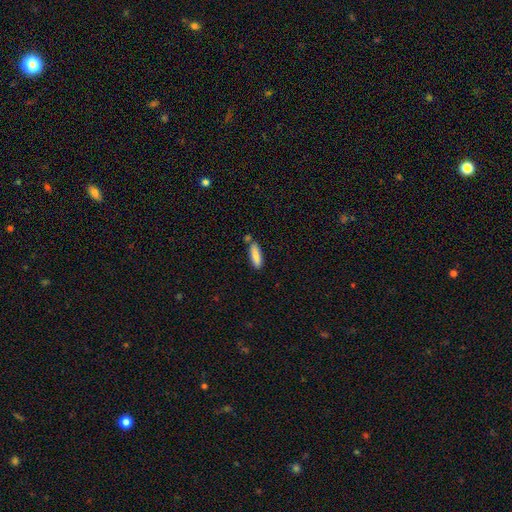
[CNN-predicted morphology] Q: Smooth or featured?
A: smooth (85%); runner-up: featured or disk (9%)
Q: How rounded?
A: cigar-shaped (50%); runner-up: in between (48%)
Q: Merging?
A: none (71%); runner-up: minor disturbance (14%)